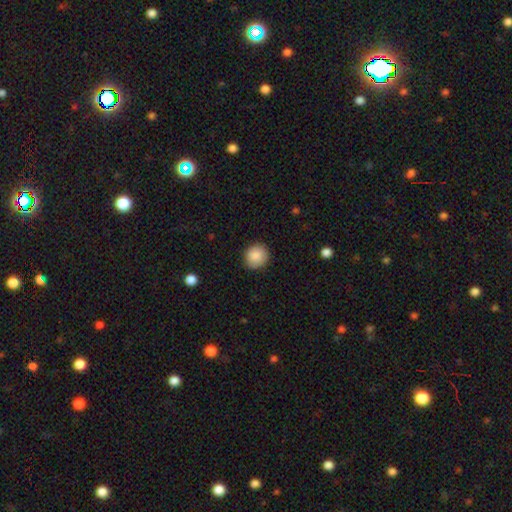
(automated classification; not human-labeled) Smooth or featured? smooth (88%)
How rounded? round (87%)
Merging? none (87%)